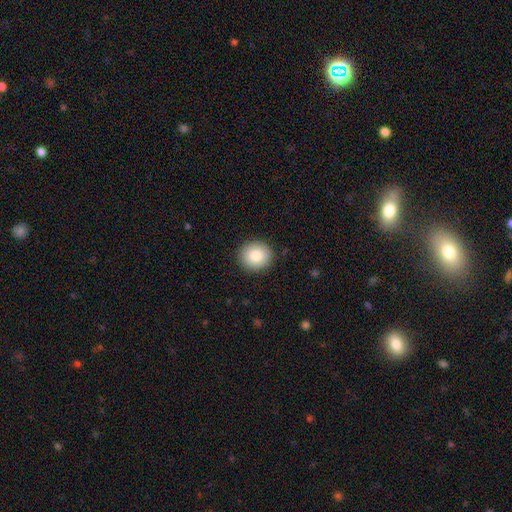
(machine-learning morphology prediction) smooth_or_featured: smooth (p=0.85) [alt: star or artifact p=0.08]
how_rounded: round (p=0.86) [alt: in between p=0.13]
merging: none (p=0.91) [alt: minor disturbance p=0.07]